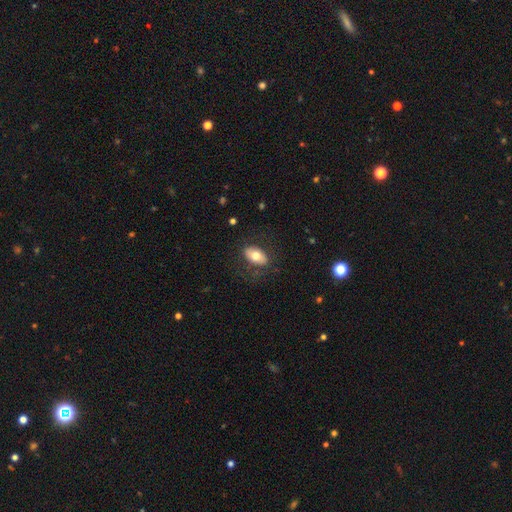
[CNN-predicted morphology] type=smooth (68%); roundness=in between (91%); merging=none (78%).